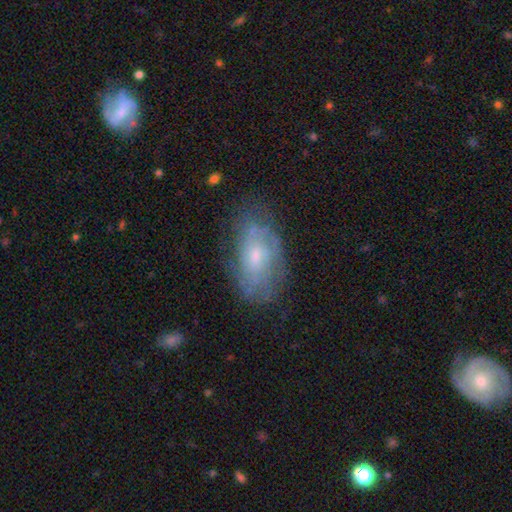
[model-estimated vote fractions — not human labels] Smooth or featured: featured or disk — 57% (smooth — 35%)
Edge-on disk: no — 93% (yes — 7%)
Bar: no — 71% (weak — 26%)
Spiral arms: yes — 65% (no — 35%)
Bulge size: small — 49% (moderate — 43%)
Merging: none — 65% (minor disturbance — 24%)